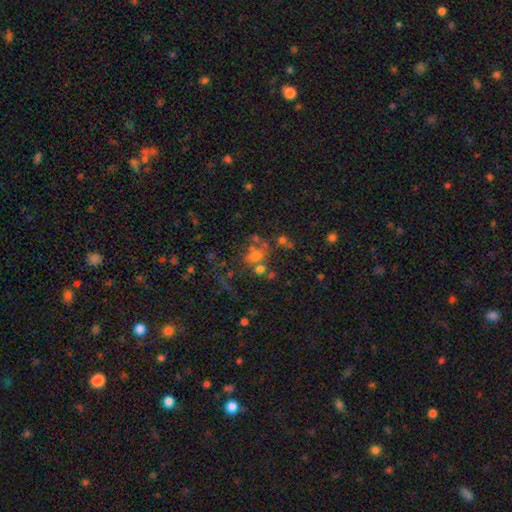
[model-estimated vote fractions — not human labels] smooth 50%, featured or disk 25%, star or artifact 24%. Down the decision tree: how rounded — round (58%); merging — none (39%).